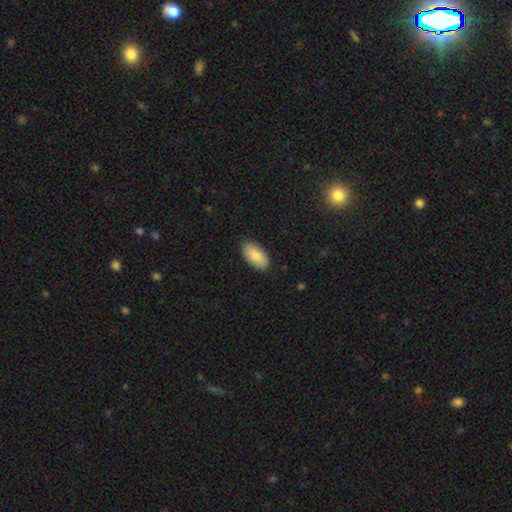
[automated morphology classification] type=smooth (86%); roundness=in between (94%); merging=none (86%).